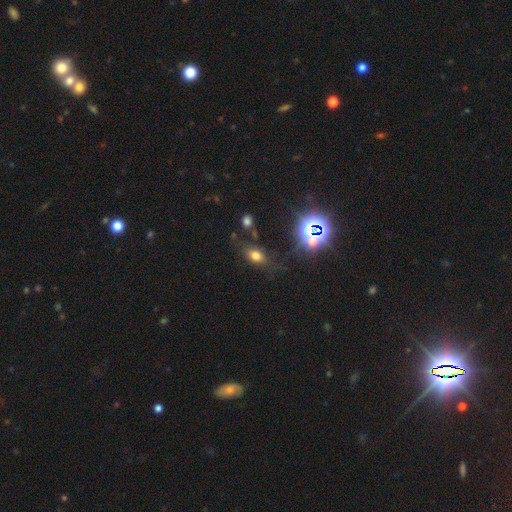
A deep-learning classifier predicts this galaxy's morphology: smooth 65%, star or artifact 24%, featured or disk 11%. Down the decision tree: how rounded — in between (74%); merging — none (72%).